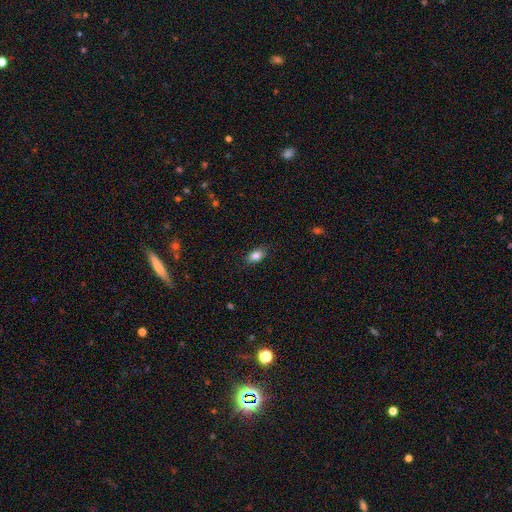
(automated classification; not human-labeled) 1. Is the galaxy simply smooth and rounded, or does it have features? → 84% smooth, 9% star or artifact, 7% featured or disk.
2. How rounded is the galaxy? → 84% in between, 14% round, 2% cigar-shaped.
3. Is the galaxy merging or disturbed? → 85% none, 11% minor disturbance, 3% major disturbance, 1% merger.